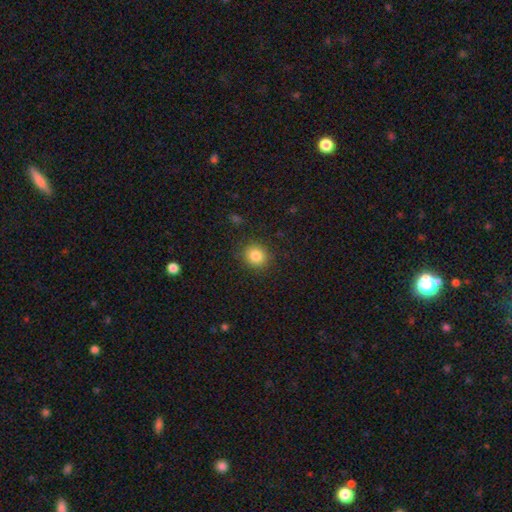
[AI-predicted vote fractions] This appears to be a smooth galaxy with no disk features (84%) that is round (85%). Merging: none (89%).